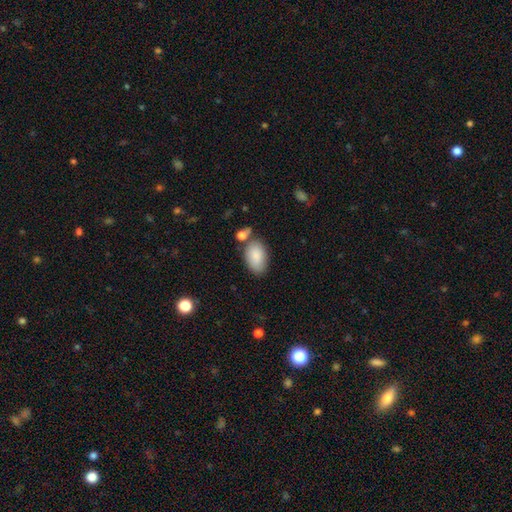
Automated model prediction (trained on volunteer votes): This appears to be a smooth galaxy with no disk features (86%) that is in between round and cigar-shaped (93%). Merging: none (69%).